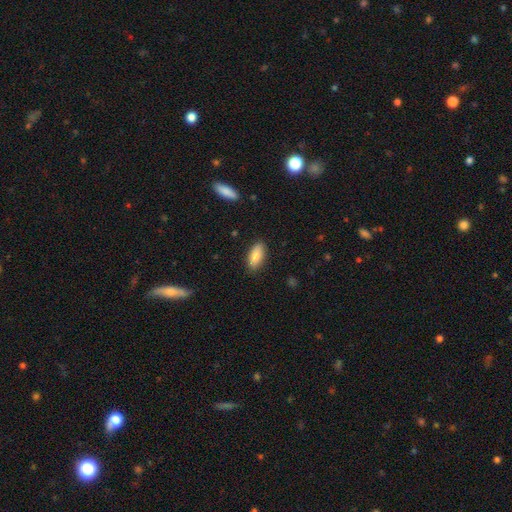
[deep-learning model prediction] Overall: smooth (84%). How rounded: in between (86%). Merging: none (86%).